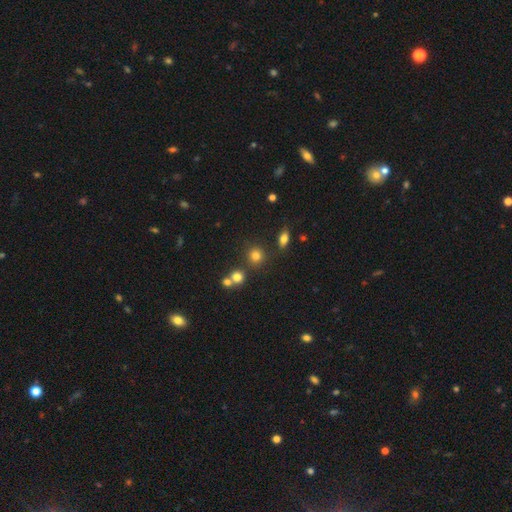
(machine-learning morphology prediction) smooth-or-featured: smooth: 77% | star or artifact: 15% | featured or disk: 8%
  how-rounded: round: 88% | in between: 11% | cigar-shaped: 1%
  merging: none: 76% | merger: 11% | minor disturbance: 10% | major disturbance: 4%